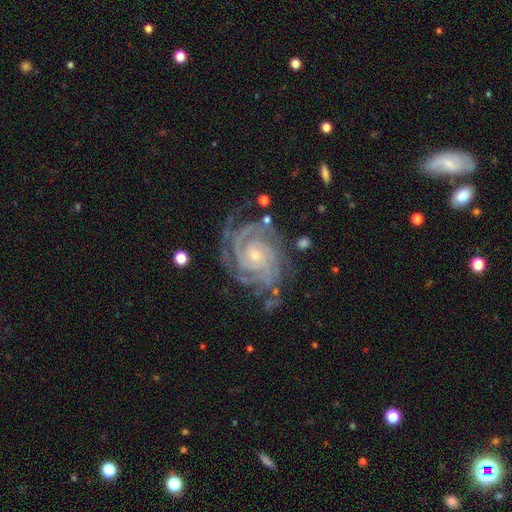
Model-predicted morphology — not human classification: Overall: featured or disk (93%). Edge-on disk: no (98%). Bar: no (71%). Spiral arms: yes (99%). Spiral arm count: 4 (31%; 3 25%). Spiral winding: tight (81%). Bulge size: small (77%). Merging: none (72%).